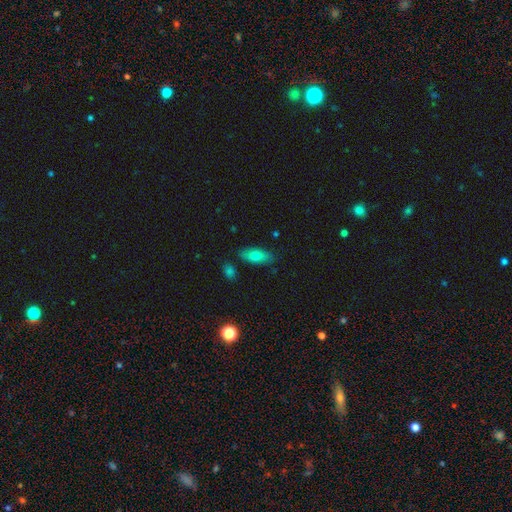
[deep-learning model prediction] Smooth or featured? smooth (73%)
How rounded? in between (80%)
Merging? none (84%)